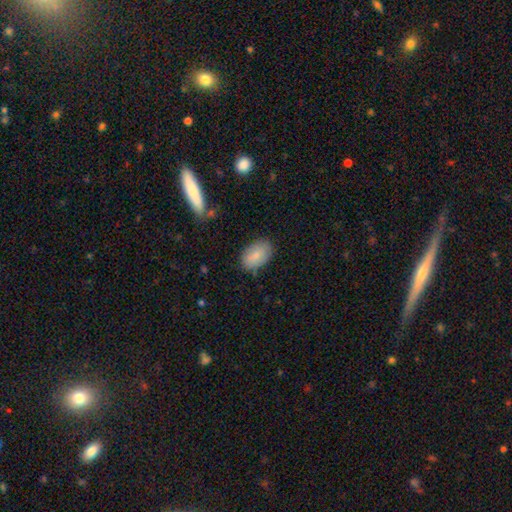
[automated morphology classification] Overall: smooth (82%). How rounded: in between (91%). Merging: none (80%).